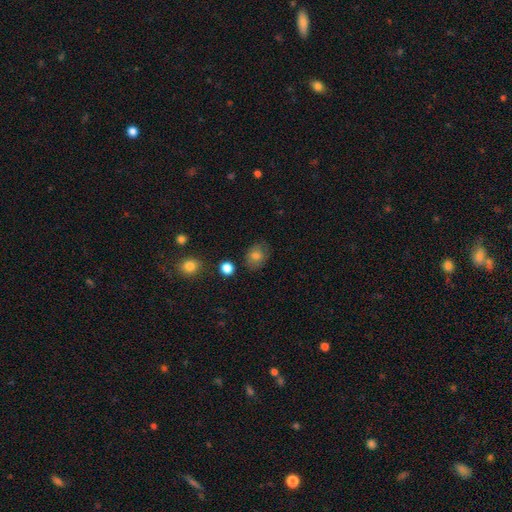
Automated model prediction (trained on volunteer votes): smooth 78%, featured or disk 12%, star or artifact 10%. Down the decision tree: how rounded — in between (52%); merging — none (75%).